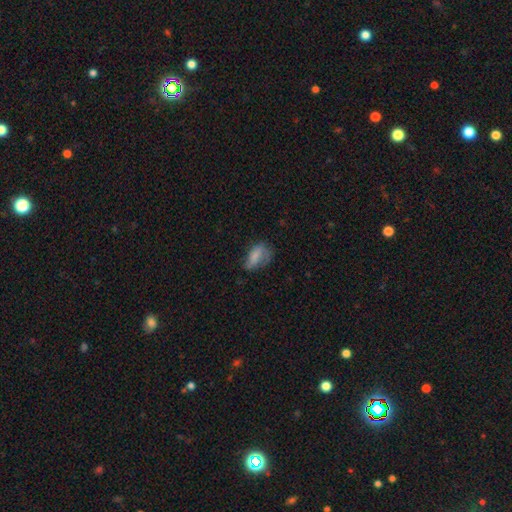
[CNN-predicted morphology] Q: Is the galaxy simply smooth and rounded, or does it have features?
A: smooth — 71%.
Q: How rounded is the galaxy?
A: in between — 87%.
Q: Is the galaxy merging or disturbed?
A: none — 43%.